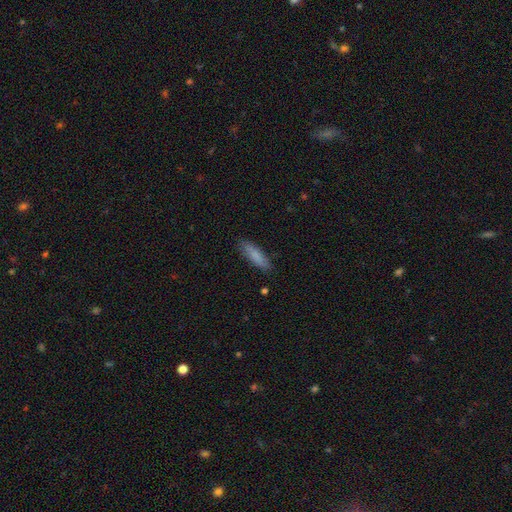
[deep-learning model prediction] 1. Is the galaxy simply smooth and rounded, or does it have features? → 84% smooth, 10% featured or disk, 6% star or artifact.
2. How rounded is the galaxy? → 66% cigar-shaped, 32% in between, 1% round.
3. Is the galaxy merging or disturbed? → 85% none, 12% minor disturbance, 2% major disturbance, 1% merger.